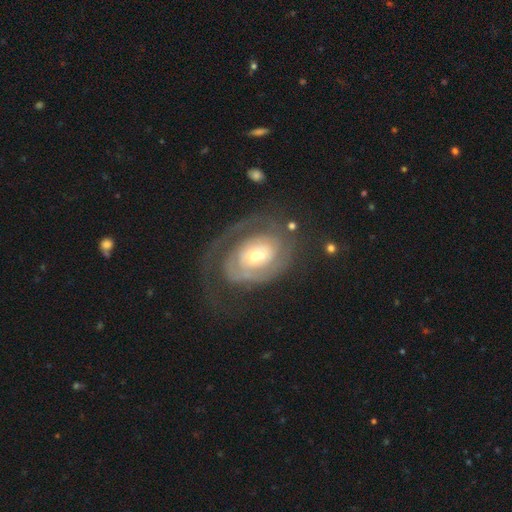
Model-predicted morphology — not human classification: Smooth or featured? featured or disk (83%)
Edge-on disk? no (96%)
Bar? no (59%)
Spiral arms? yes (88%)
Spiral winding? tight (66%)
Spiral arm count? 2 (34%)
Bulge size? moderate (48%)
Merging? none (55%)